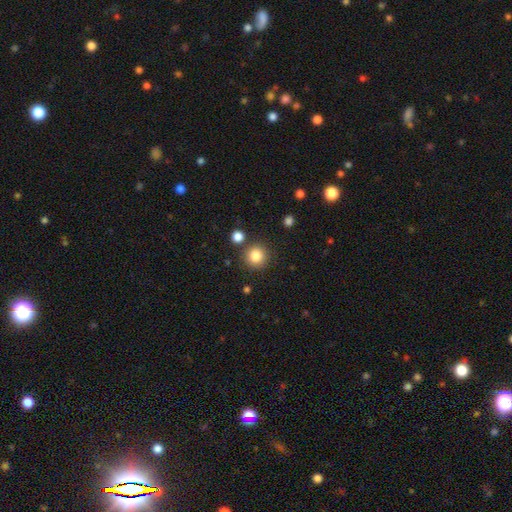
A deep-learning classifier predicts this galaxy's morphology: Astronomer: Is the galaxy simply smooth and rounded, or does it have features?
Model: smooth — 84%.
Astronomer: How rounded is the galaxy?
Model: round — 94%.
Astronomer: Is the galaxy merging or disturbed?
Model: none — 85%.